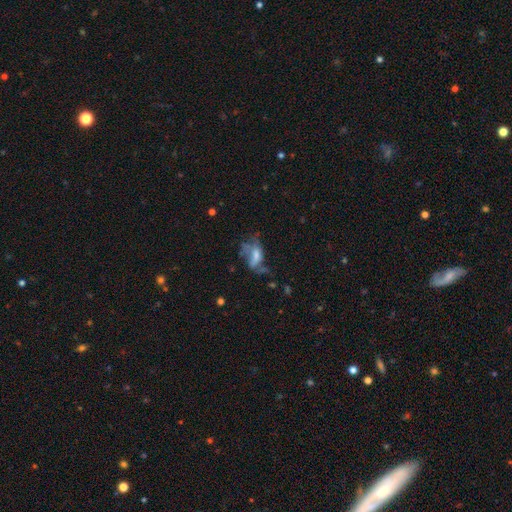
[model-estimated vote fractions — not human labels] Smooth or featured? smooth (45%)
Merging? major disturbance (43%)